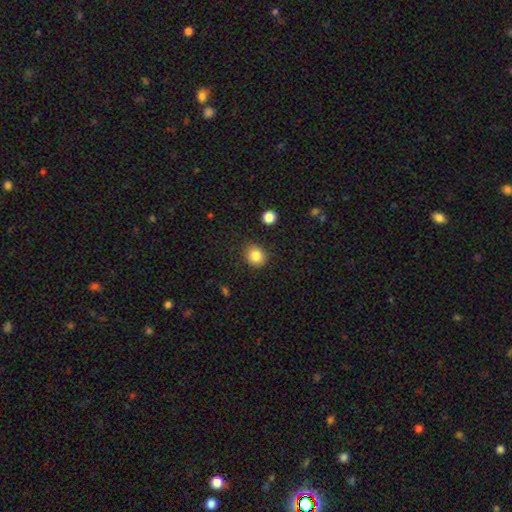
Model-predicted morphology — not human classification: smooth-or-featured: smooth: 84% | star or artifact: 10% | featured or disk: 6%
  how-rounded: round: 78% | in between: 21% | cigar-shaped: 1%
  merging: none: 88% | minor disturbance: 8% | major disturbance: 2% | merger: 2%